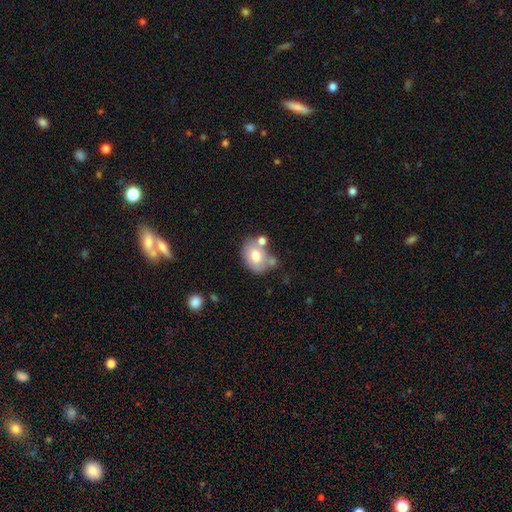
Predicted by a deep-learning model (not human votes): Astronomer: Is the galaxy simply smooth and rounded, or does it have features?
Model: smooth — 66%.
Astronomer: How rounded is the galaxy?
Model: in between — 56% (runner-up: round, 43%).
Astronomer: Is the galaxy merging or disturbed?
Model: none — 49% (runner-up: merger, 25%).